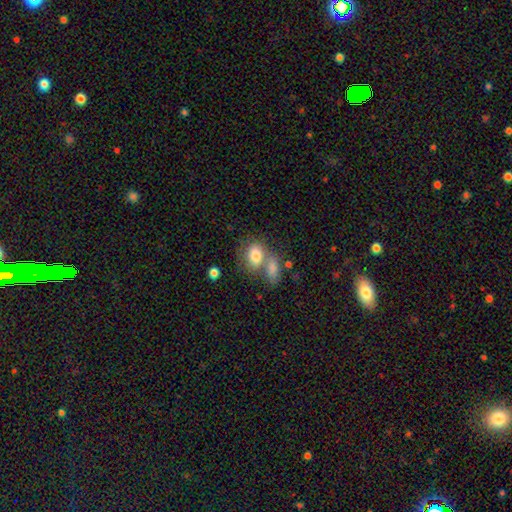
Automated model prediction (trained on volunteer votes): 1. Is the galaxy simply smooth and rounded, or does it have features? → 78% smooth, 14% featured or disk, 8% star or artifact.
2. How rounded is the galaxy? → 81% in between, 16% round, 2% cigar-shaped.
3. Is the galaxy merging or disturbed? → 49% merger, 32% none, 12% minor disturbance, 7% major disturbance.